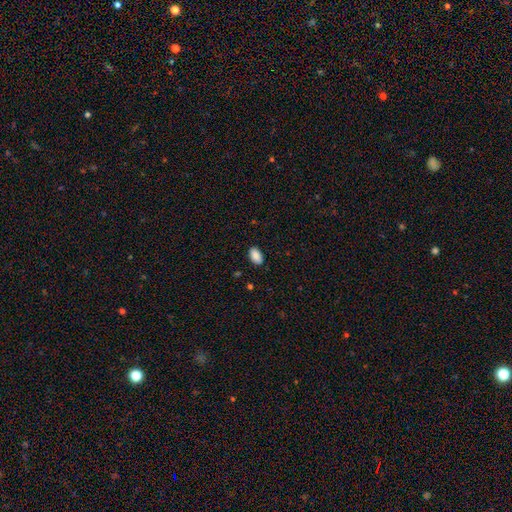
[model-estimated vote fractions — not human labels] A smooth galaxy with no disk features (89%) that is in between round and cigar-shaped (93%).

Vote fractions:
- Smooth or featured? smooth: 89% / star or artifact: 7% / featured or disk: 4%
- How rounded? in between: 93% / round: 5% / cigar-shaped: 1%
- Merging? none: 87% / minor disturbance: 10% / major disturbance: 2% / merger: 1%